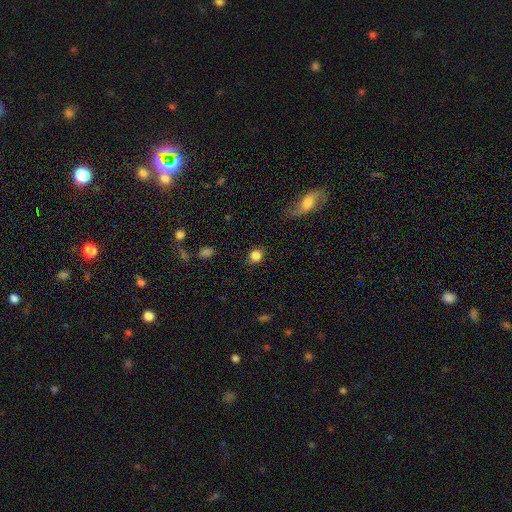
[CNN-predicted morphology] Smooth or featured?
  - smooth: 85% *
  - star or artifact: 10%
  - featured or disk: 5%
How rounded?
  - round: 75% *
  - in between: 24%
  - cigar-shaped: 1%
Merging?
  - none: 87% *
  - minor disturbance: 9%
  - major disturbance: 3%
  - merger: 1%